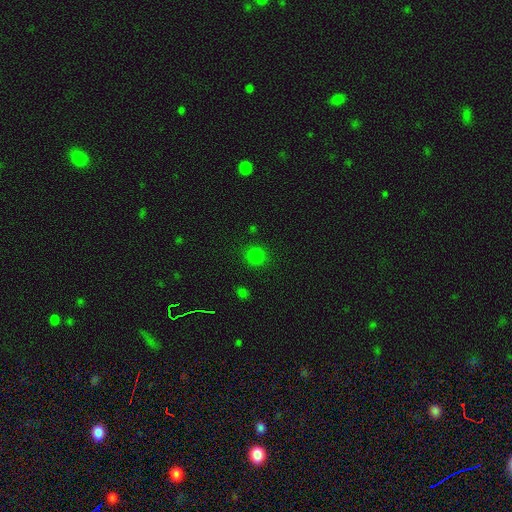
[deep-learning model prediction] Smooth or featured: smooth — 79% (star or artifact — 17%)
How rounded: round — 92% (in between — 7%)
Merging: none — 89% (minor disturbance — 7%)